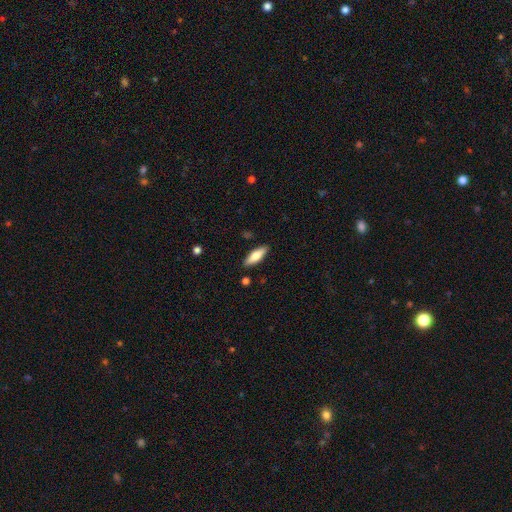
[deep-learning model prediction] Smooth or featured? Predicted: smooth (p=0.74). How rounded? Predicted: in between (p=0.56). Merging? Predicted: none (p=0.87).